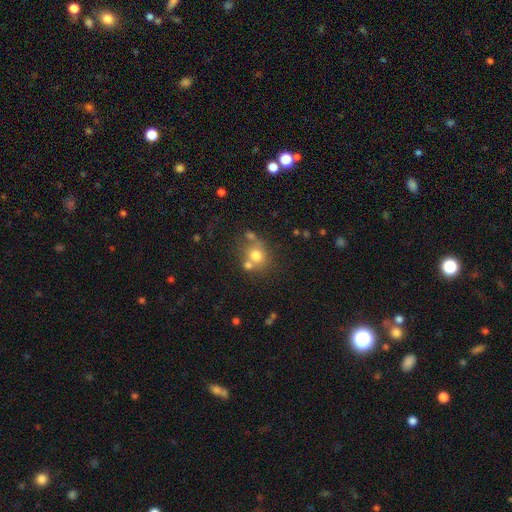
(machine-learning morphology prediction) Smooth or featured? smooth (70%)
How rounded? round (78%)
Merging? none (54%)